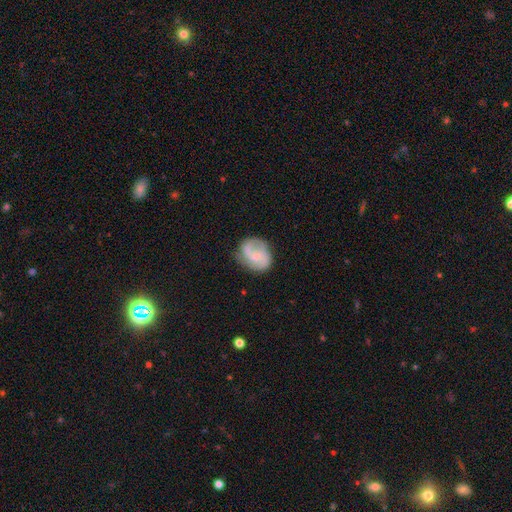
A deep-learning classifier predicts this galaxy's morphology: featured or disk 69%, smooth 25%, star or artifact 6%. Down the decision tree: edge-on disk — no (98%); bar — no (53%); spiral arms — yes (91%); spiral arm count — 2 (79%); spiral winding — medium (48%); bulge size — small (46%); merging — none (67%).